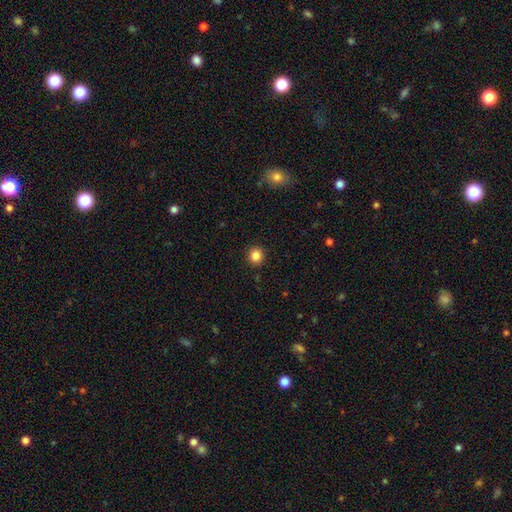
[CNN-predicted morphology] Smooth or featured?
  - smooth: 84% *
  - star or artifact: 12%
  - featured or disk: 4%
How rounded?
  - round: 92% *
  - in between: 7%
  - cigar-shaped: 1%
Merging?
  - none: 92% *
  - minor disturbance: 5%
  - major disturbance: 2%
  - merger: 1%